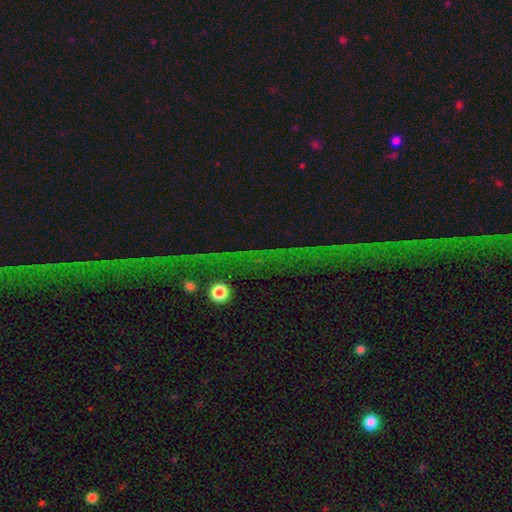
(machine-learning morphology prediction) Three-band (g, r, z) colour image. It shows a star or artifact, not a galaxy (82%).